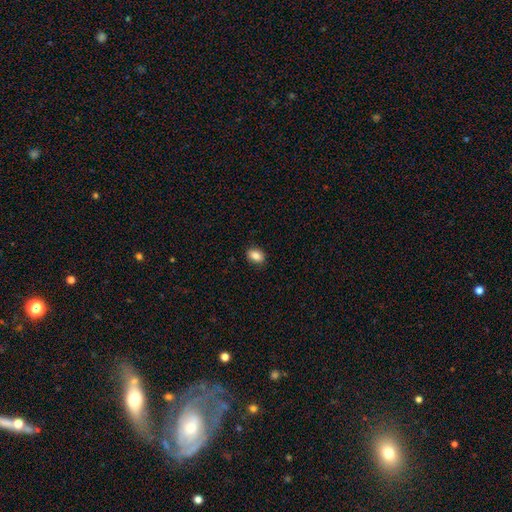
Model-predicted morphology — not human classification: Smooth or featured: smooth — 86% (star or artifact — 9%)
How rounded: in between — 76% (round — 23%)
Merging: none — 88% (minor disturbance — 9%)